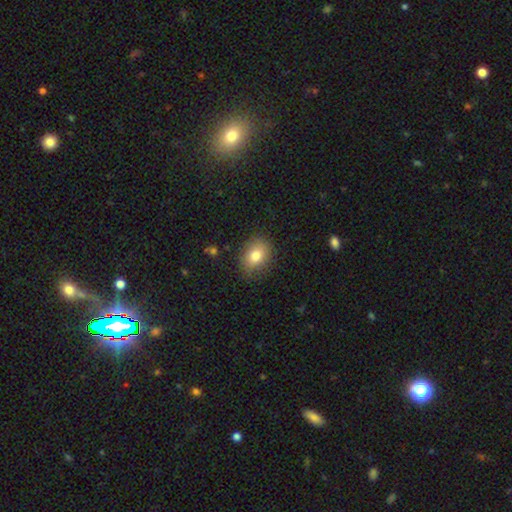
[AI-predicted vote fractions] This is likely a smooth galaxy (80%). How rounded: likely in between (63%). Merging: clearly none (82%).